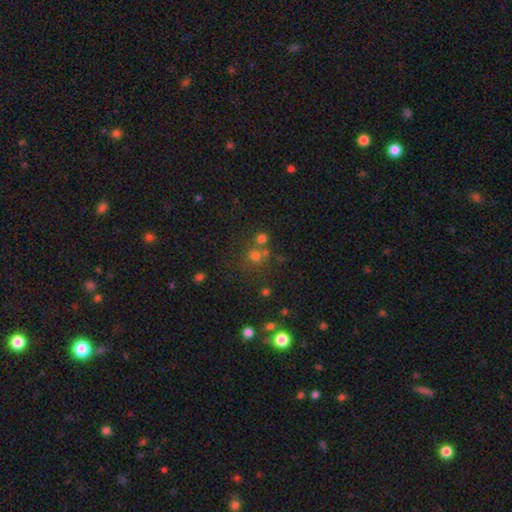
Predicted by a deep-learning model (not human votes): Q: Smooth or featured?
A: smooth (61%); runner-up: star or artifact (29%)
Q: How rounded?
A: round (89%); runner-up: in between (10%)
Q: Merging?
A: none (62%); runner-up: merger (26%)